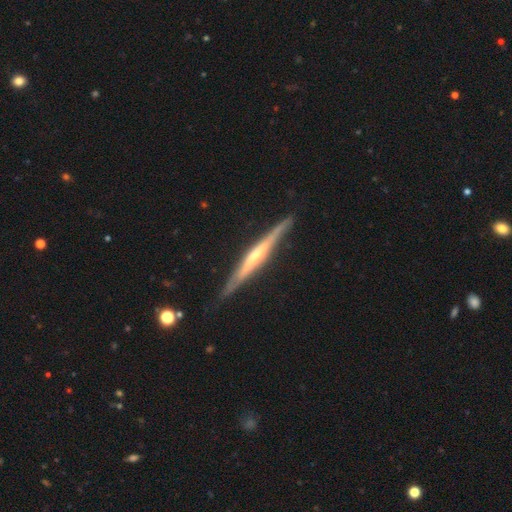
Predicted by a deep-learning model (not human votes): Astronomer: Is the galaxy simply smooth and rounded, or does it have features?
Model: featured or disk — 72%.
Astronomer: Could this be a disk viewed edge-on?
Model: yes — 97%.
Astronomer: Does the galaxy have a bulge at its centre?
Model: rounded — 49% (runner-up: none, 38%).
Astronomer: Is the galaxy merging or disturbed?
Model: none — 86%.